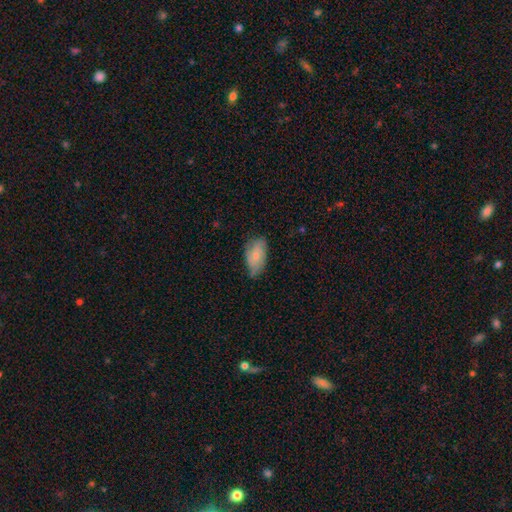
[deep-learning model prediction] Smooth or featured?
  - smooth: 54% *
  - featured or disk: 39%
  - star or artifact: 7%
How rounded?
  - in between: 92% *
  - round: 4%
  - cigar-shaped: 4%
Merging?
  - none: 61% *
  - minor disturbance: 31%
  - major disturbance: 7%
  - merger: 1%